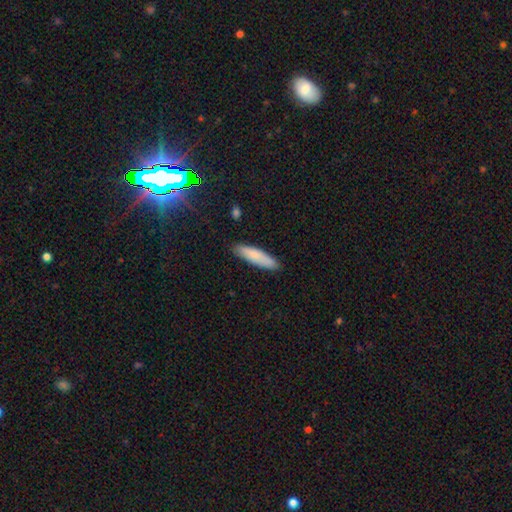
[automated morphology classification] smooth 82%, featured or disk 12%, star or artifact 7%. Down the decision tree: how rounded — cigar-shaped (74%); merging — none (87%).